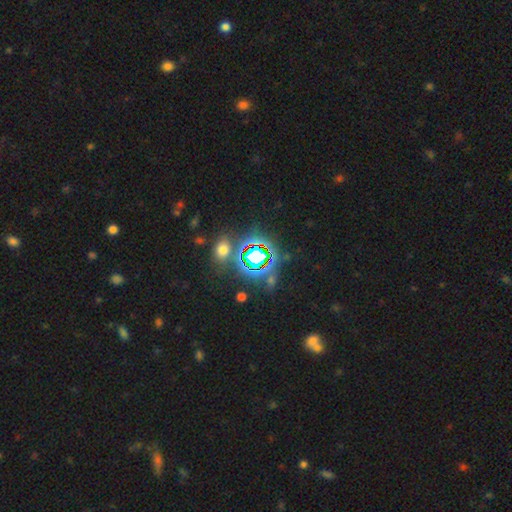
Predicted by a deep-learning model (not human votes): Smooth or featured?
  - star or artifact: 74% *
  - smooth: 17%
  - featured or disk: 10%